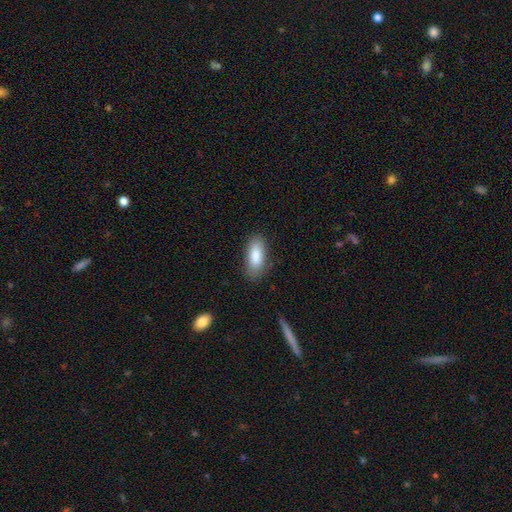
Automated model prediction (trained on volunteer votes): A smooth galaxy with no disk features (85%) that is in between round and cigar-shaped (85%). Merging: none (82%).